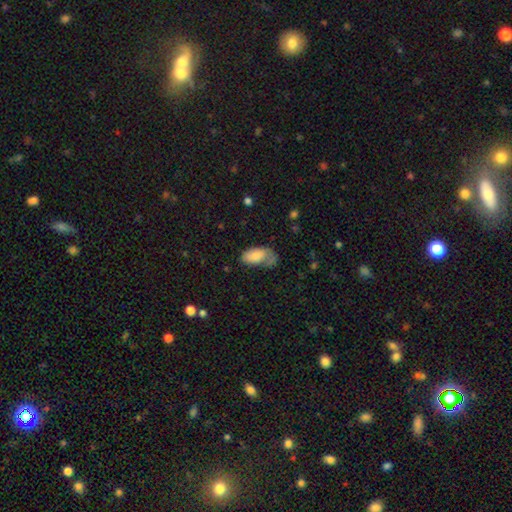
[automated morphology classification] A smooth galaxy with no disk features (75%) that is in between round and cigar-shaped (94%).

Vote fractions:
- Smooth or featured? smooth: 75% / featured or disk: 18% / star or artifact: 6%
- How rounded? in between: 94% / cigar-shaped: 3% / round: 3%
- Merging? none: 36% / minor disturbance: 30% / major disturbance: 29% / merger: 5%